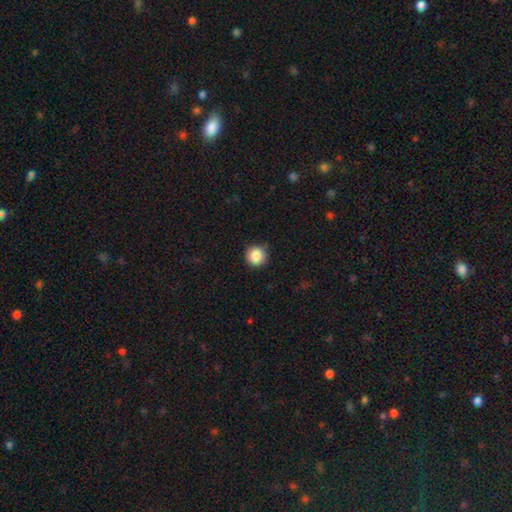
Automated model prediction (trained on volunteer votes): Smooth or featured? Predicted: smooth (p=0.87). How rounded? Predicted: round (p=0.93). Merging? Predicted: none (p=0.88).